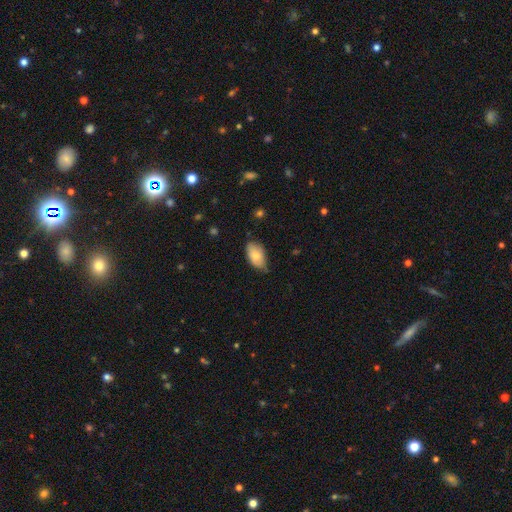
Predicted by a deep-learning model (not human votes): This is likely a smooth galaxy (78%). How rounded: clearly in between (93%). Merging: possibly none (58%).